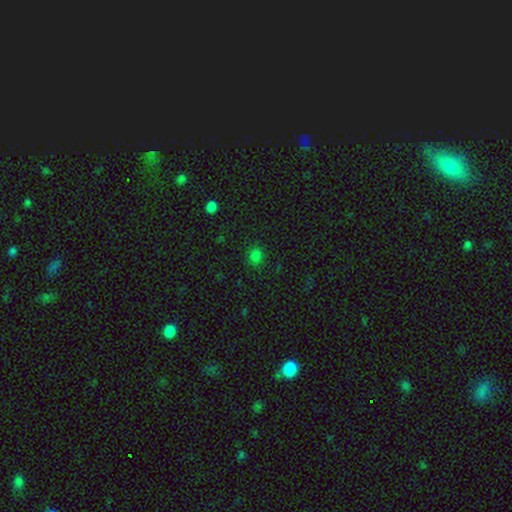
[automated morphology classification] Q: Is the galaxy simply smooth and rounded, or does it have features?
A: smooth — 78%.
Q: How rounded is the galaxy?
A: round — 64%.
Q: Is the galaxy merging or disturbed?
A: none — 85%.